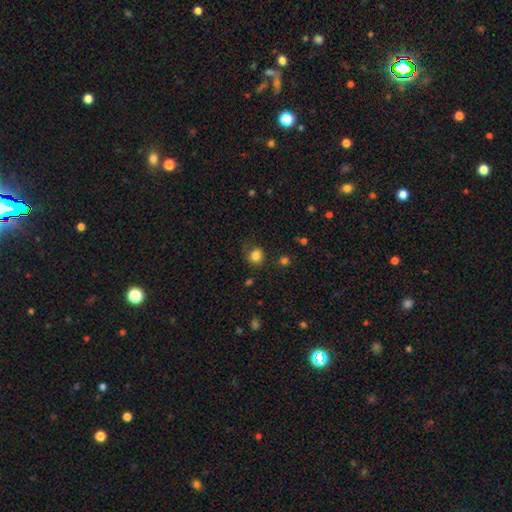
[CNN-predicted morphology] smooth_or_featured: smooth (p=0.84) [alt: star or artifact p=0.11]
how_rounded: round (p=0.72) [alt: in between p=0.28]
merging: none (p=0.75) [alt: minor disturbance p=0.18]